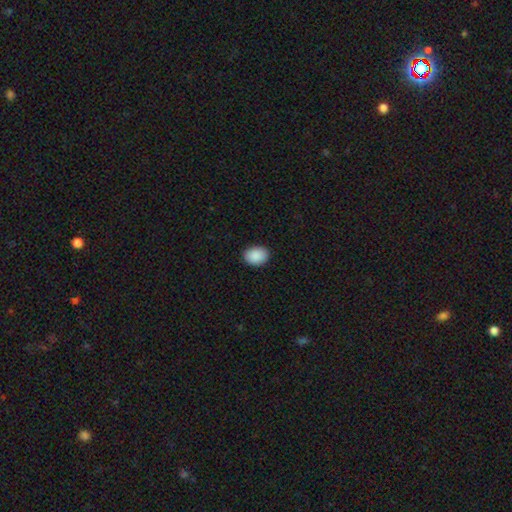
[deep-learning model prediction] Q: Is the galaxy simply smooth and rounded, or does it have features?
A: smooth — 90%.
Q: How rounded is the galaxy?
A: in between — 65%.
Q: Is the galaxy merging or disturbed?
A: none — 89%.